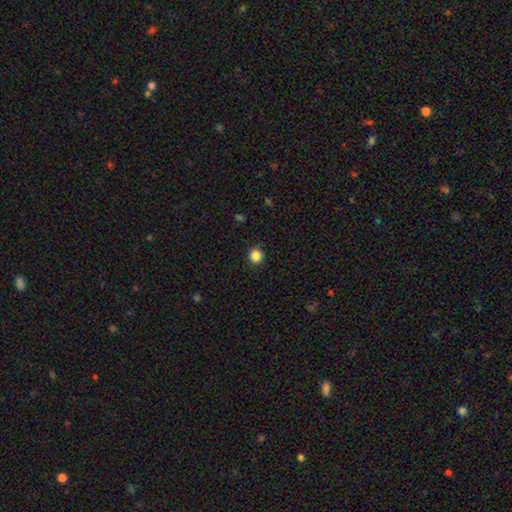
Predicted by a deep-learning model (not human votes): smooth-or-featured: smooth: 86% | star or artifact: 11% | featured or disk: 3%
  how-rounded: round: 86% | in between: 13% | cigar-shaped: 1%
  merging: none: 90% | minor disturbance: 7% | major disturbance: 2% | merger: 1%